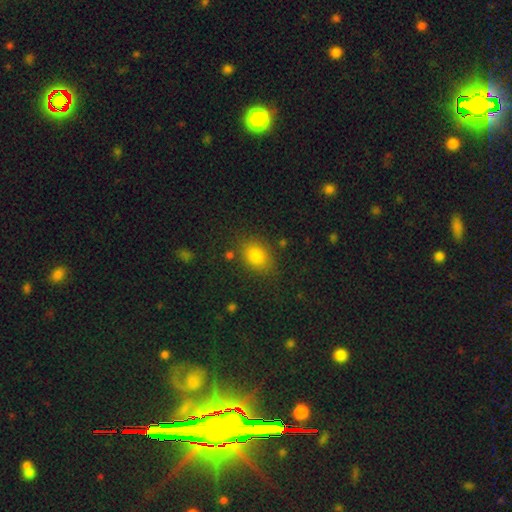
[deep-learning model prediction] smooth 81%, star or artifact 12%, featured or disk 7%. Down the decision tree: how rounded — in between (72%); merging — none (78%).